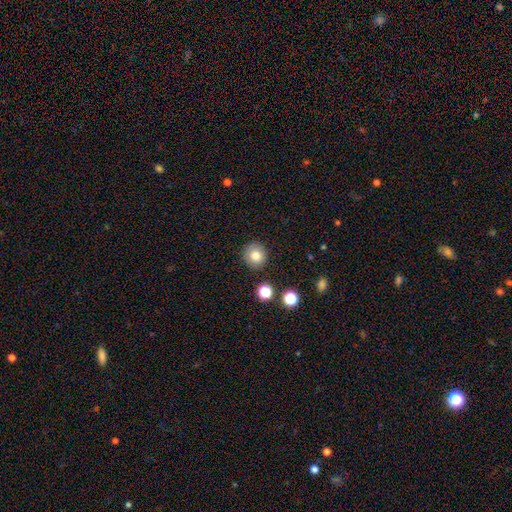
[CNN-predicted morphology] A smooth galaxy with no disk features (81%) that is round (91%). Merging: none (88%).